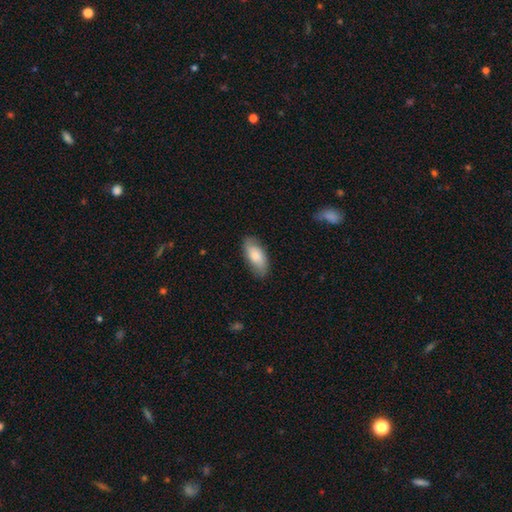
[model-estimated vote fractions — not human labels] Overall: smooth (79%). How rounded: in between (86%). Merging: none (82%).